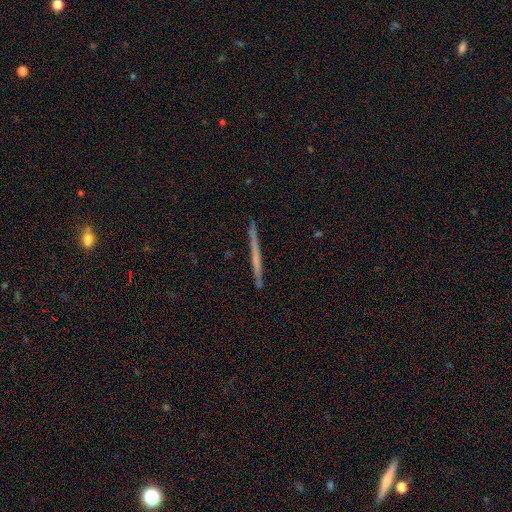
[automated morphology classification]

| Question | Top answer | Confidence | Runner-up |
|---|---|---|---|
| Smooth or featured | featured or disk | 52% | smooth (42%) |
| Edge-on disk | yes | 98% | no (2%) |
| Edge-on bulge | none | 89% | rounded (8%) |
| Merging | none | 92% | minor disturbance (6%) |